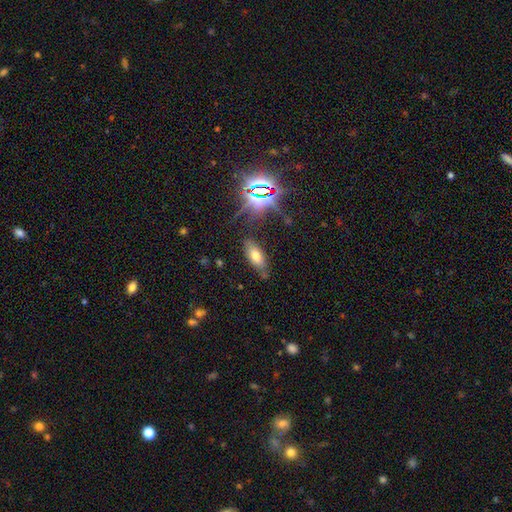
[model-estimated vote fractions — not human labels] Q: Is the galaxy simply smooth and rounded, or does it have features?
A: smooth — 63%.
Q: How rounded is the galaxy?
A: in between — 82%.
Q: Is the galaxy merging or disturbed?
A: none — 74%.